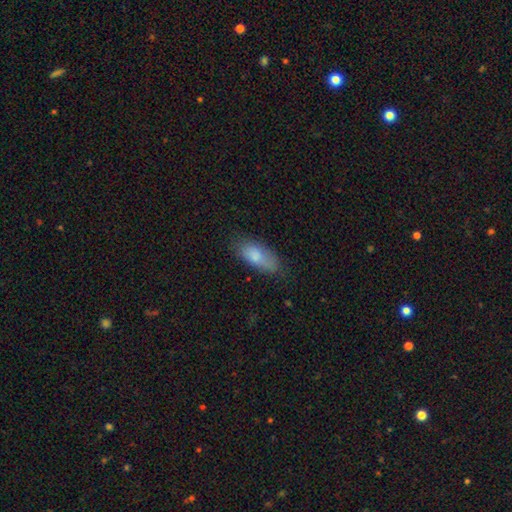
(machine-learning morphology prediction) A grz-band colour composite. It shows a smooth galaxy with no disk features (81%) that is in between round and cigar-shaped (83%). Merging: none (68%).